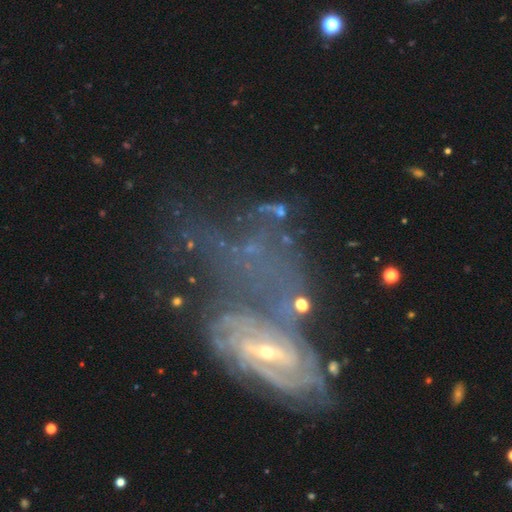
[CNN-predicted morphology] Smooth or featured? Predicted: featured or disk (p=0.77). Edge-on disk? Predicted: no (p=0.94). Bar? Predicted: no (p=0.38, tied with weak). Spiral arms? Predicted: yes (p=0.80). Spiral winding? Predicted: tight (p=0.50). Spiral arm count? Predicted: can't tell (p=0.43). Bulge size? Predicted: small (p=0.67). Merging? Predicted: major disturbance (p=0.38).